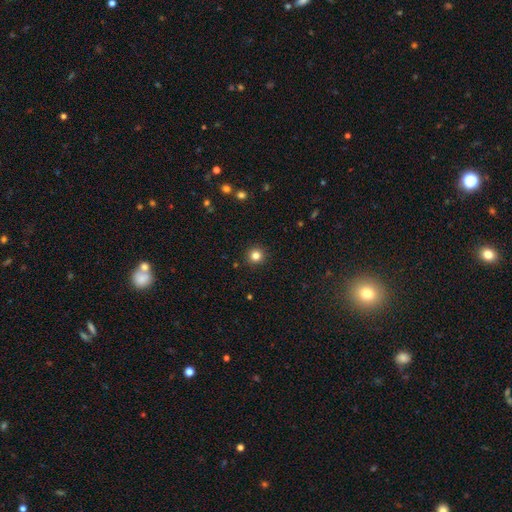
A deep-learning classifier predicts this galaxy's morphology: type=smooth (82%); roundness=round (95%); merging=none (93%).